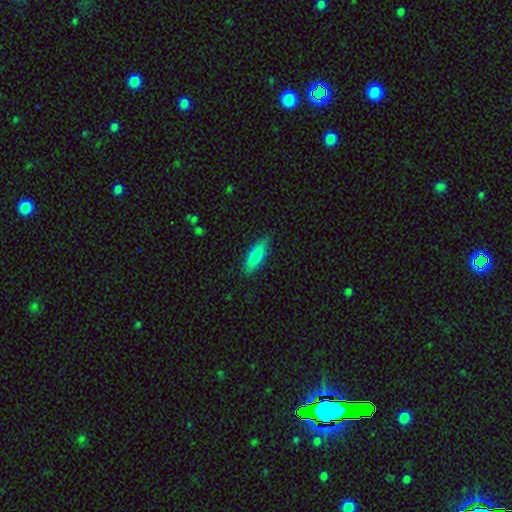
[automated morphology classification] Smooth or featured: smooth — 80% (featured or disk — 14%)
How rounded: in between — 57% (cigar-shaped — 41%)
Merging: none — 82% (minor disturbance — 14%)